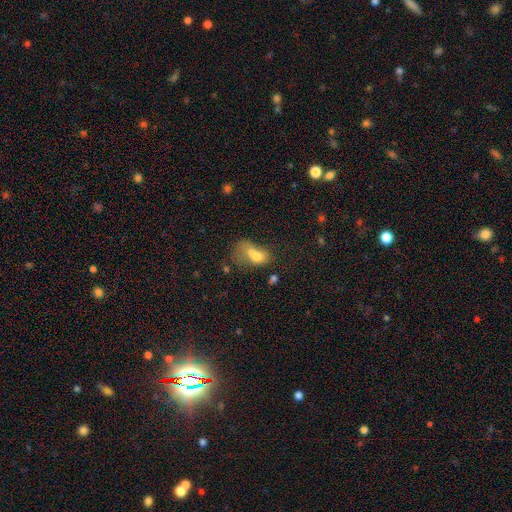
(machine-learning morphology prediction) Smooth or featured?
  - smooth: 65% *
  - featured or disk: 25%
  - star or artifact: 10%
How rounded?
  - in between: 72% *
  - round: 25%
  - cigar-shaped: 2%
Merging?
  - merger: 61% *
  - major disturbance: 16%
  - none: 13%
  - minor disturbance: 9%